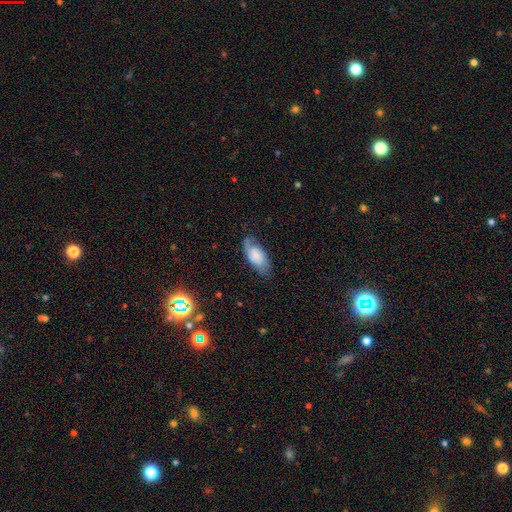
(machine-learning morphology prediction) Smooth or featured: smooth — 53% (featured or disk — 38%)
How rounded: in between — 89% (cigar-shaped — 7%)
Merging: none — 61% (minor disturbance — 27%)